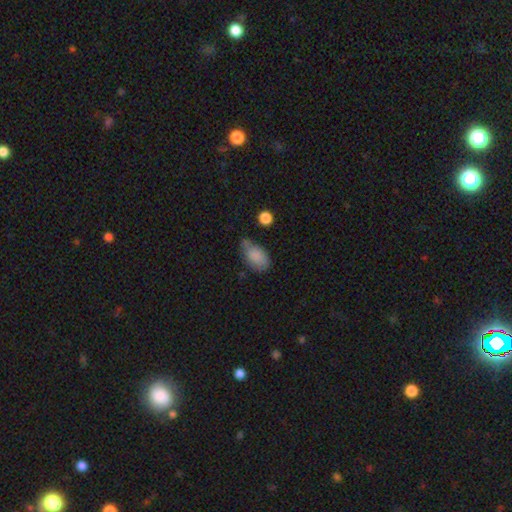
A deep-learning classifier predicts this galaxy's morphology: smooth_or_featured: smooth (p=0.83) [alt: featured or disk p=0.09]
how_rounded: in between (p=0.91) [alt: round p=0.07]
merging: none (p=0.46) [alt: minor disturbance p=0.37]